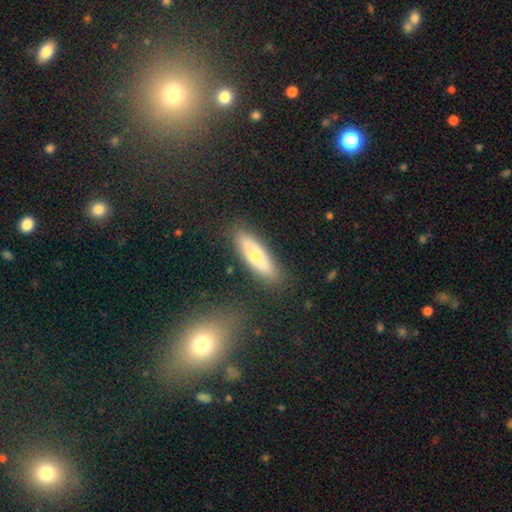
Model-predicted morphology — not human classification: Q: Smooth or featured?
A: smooth (57%); runner-up: featured or disk (36%)
Q: How rounded?
A: cigar-shaped (60%); runner-up: in between (38%)
Q: Merging?
A: none (85%); runner-up: minor disturbance (10%)